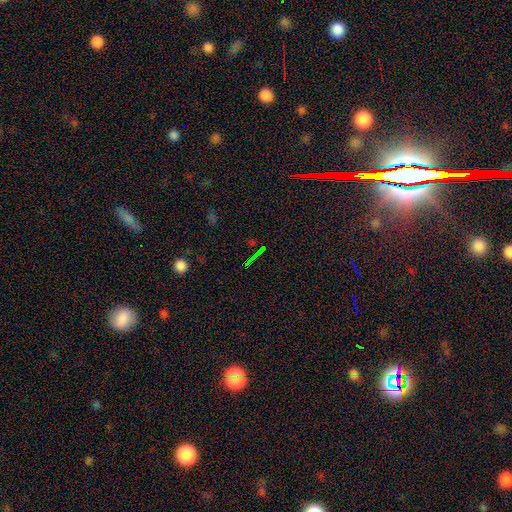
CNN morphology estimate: smooth-or-featured: star or artifact: 73% | smooth: 15% | featured or disk: 12%